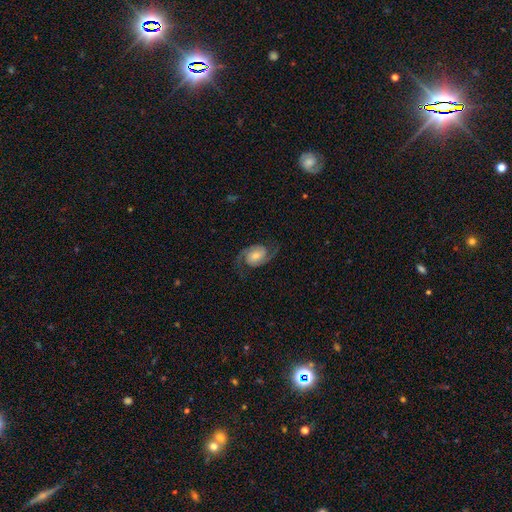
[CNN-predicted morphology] smooth-or-featured: featured or disk: 87% | smooth: 7% | star or artifact: 6%
  disk-edge-on: no: 98% | yes: 2%
    bar: no: 59% | weak: 32% | strong: 9%
    has-spiral-arms: yes: 98% | no: 2%
      spiral-winding: medium: 54% | loose: 25% | tight: 21%
      spiral-arm-count: 2: 94% | can't tell: 2% | 1: 1% | 3: 1% | 4: 1% | more than 4: 1%
    bulge-size: moderate: 44% | small: 37% | large: 10% | none: 6% | dominant: 2%
  merging: none: 79% | minor disturbance: 13% | major disturbance: 7% | merger: 1%